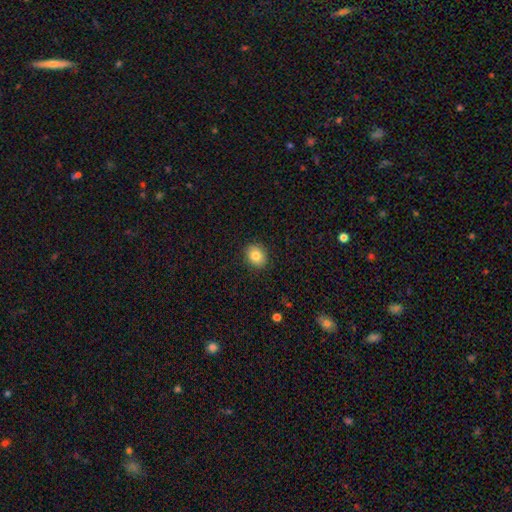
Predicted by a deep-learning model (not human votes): The model was most divided on "how rounded": round: 58%, in between: 41%, cigar-shaped: 1%. More confident: merging — none (90%); smooth or featured — smooth (83%).